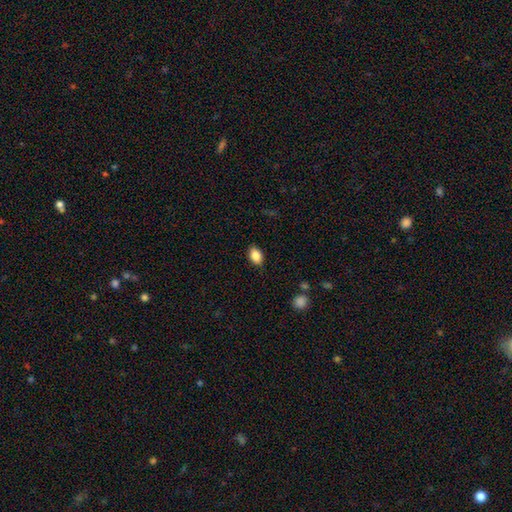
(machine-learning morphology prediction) Smooth or featured: smooth — 87% (star or artifact — 8%)
How rounded: in between — 82% (round — 16%)
Merging: none — 86% (minor disturbance — 10%)